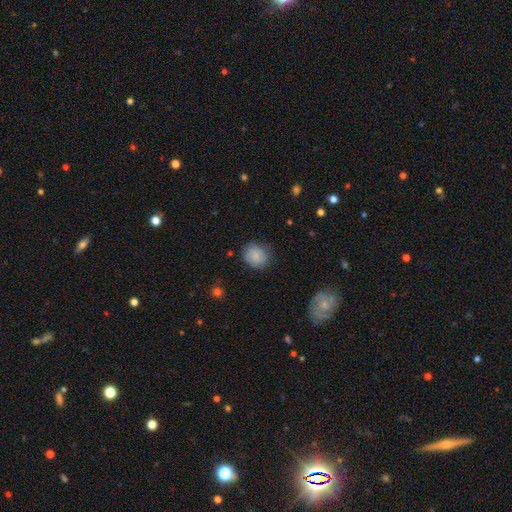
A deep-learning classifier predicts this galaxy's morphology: smooth 82%, featured or disk 10%, star or artifact 8%. Down the decision tree: how rounded — round (78%); merging — none (73%).